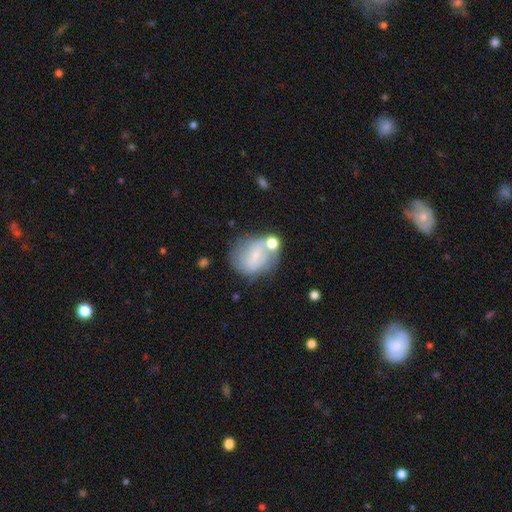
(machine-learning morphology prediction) Smooth or featured? Predicted: smooth (p=0.46). Merging? Predicted: none (p=0.48).